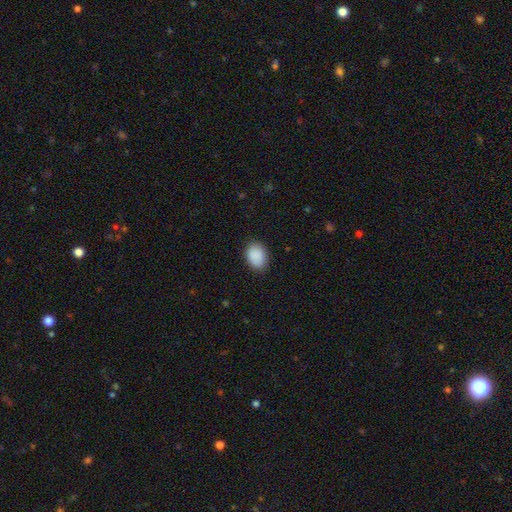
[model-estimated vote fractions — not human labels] smooth 90%, star or artifact 7%, featured or disk 3%. Down the decision tree: how rounded — in between (75%); merging — none (84%).